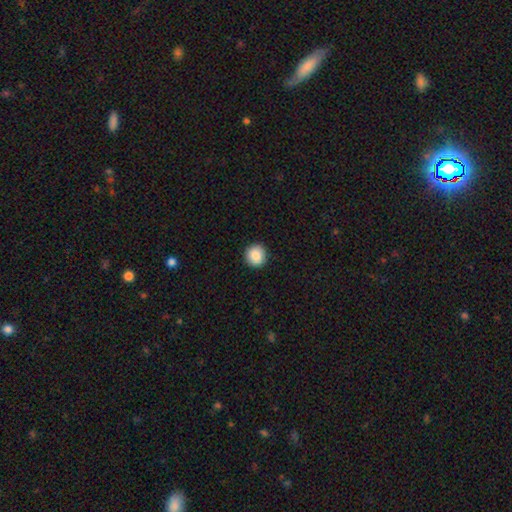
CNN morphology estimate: Smooth or featured: smooth — 86% (star or artifact — 8%)
How rounded: round — 94% (in between — 6%)
Merging: none — 92% (minor disturbance — 5%)